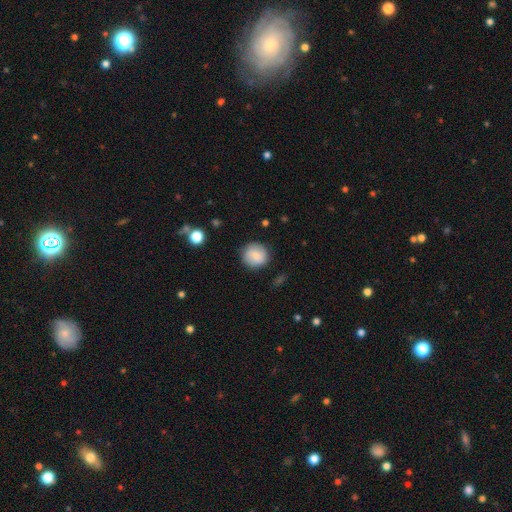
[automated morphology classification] This appears to be a smooth galaxy with no disk features (82%) that is round (92%). Merging: none (85%).